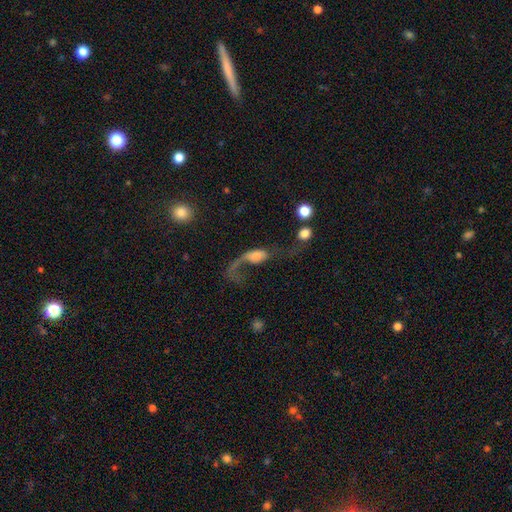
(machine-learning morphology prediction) smooth_or_featured: featured or disk (p=0.57) [alt: smooth p=0.33]
disk_edge_on: no (p=0.92) [alt: yes p=0.08]
bar: no (p=0.69) [alt: weak p=0.24]
has_spiral_arms: yes (p=0.76) [alt: no p=0.24]
bulge_size: small (p=0.31) [tied with: moderate p=0.31]
merging: major disturbance (p=0.51) [alt: none p=0.21]